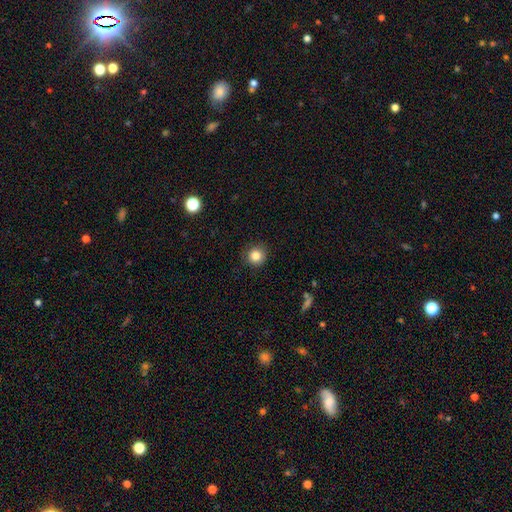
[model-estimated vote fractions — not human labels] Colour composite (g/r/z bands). It shows a smooth galaxy with no disk features (84%) that is round (93%). Merging: none (89%).